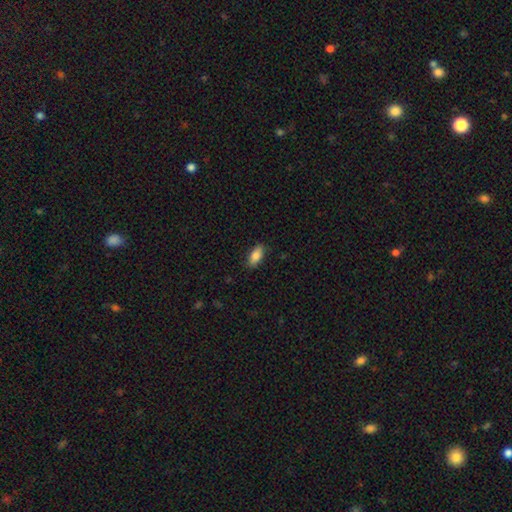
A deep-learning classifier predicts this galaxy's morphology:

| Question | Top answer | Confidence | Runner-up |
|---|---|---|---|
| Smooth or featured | smooth | 83% | featured or disk (10%) |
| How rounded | in between | 85% | cigar-shaped (12%) |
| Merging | none | 86% | minor disturbance (10%) |